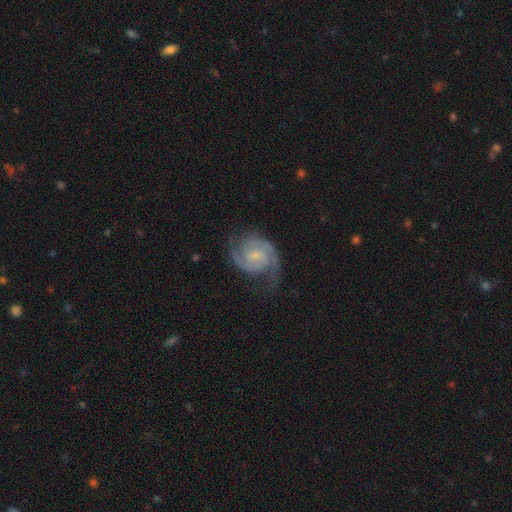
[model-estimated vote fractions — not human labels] Morphology: type=featured or disk (90%); edge-on=no (98%); bar=no (53%); spiral arms=yes (98%); winding=medium (47%); arm count=2 (85%); bulge=small (66%); merging=none (71%).